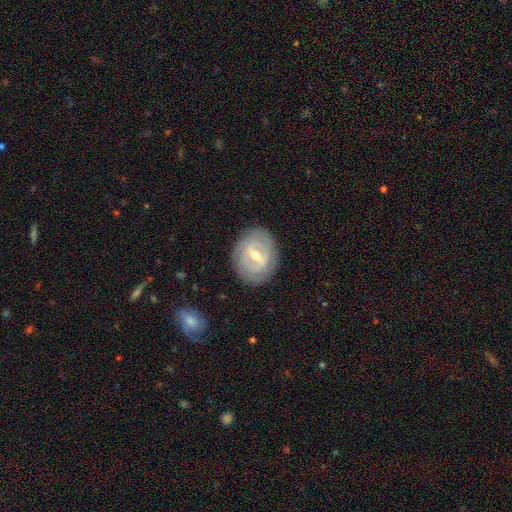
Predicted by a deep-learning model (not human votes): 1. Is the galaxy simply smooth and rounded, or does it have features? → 73% featured or disk, 21% smooth, 6% star or artifact.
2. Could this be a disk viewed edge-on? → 94% no, 6% yes.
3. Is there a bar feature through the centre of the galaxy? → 45% weak, 42% strong, 13% no.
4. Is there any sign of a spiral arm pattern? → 60% yes, 40% no.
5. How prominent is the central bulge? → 55% moderate, 42% small, 2% large, 1% none, 1% dominant.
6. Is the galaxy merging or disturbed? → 82% none, 13% minor disturbance, 4% major disturbance, 1% merger.